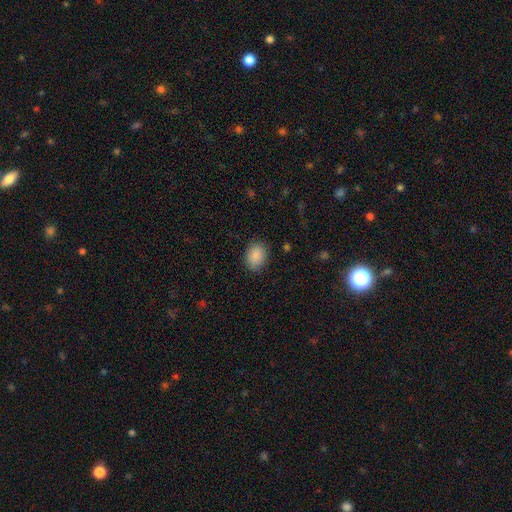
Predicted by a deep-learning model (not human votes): Smooth or featured? Predicted: smooth (p=0.88). How rounded? Predicted: in between (p=0.64). Merging? Predicted: none (p=0.82).